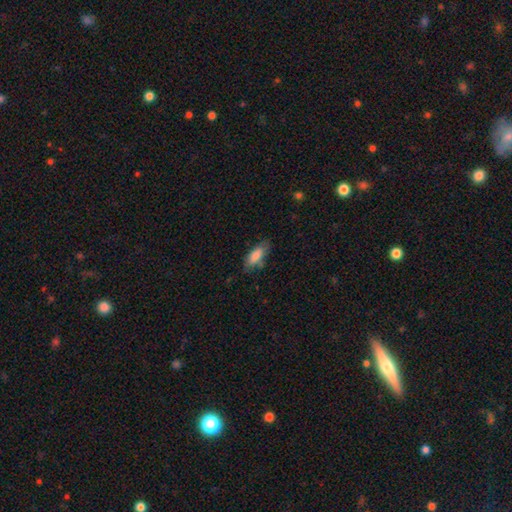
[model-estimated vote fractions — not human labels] Smooth or featured? smooth (78%)
How rounded? in between (76%)
Merging? none (70%)